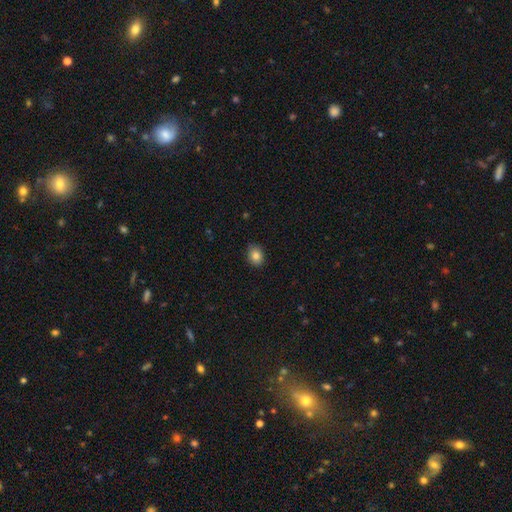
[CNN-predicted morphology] Smooth or featured: smooth — 85% (star or artifact — 9%)
How rounded: in between — 53% (round — 46%)
Merging: none — 88% (minor disturbance — 9%)